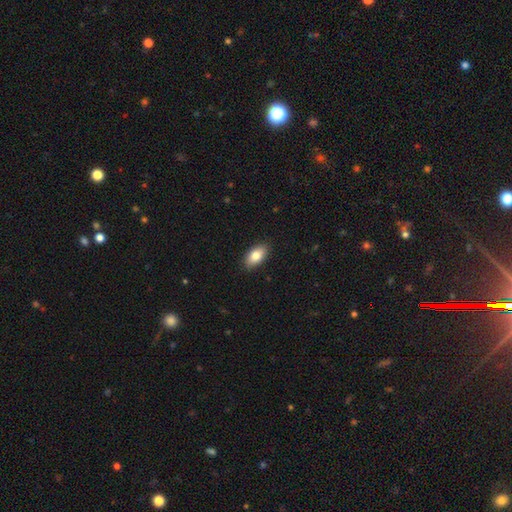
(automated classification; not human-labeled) This is clearly a smooth galaxy (82%). How rounded: clearly in between (92%). Merging: clearly none (89%).